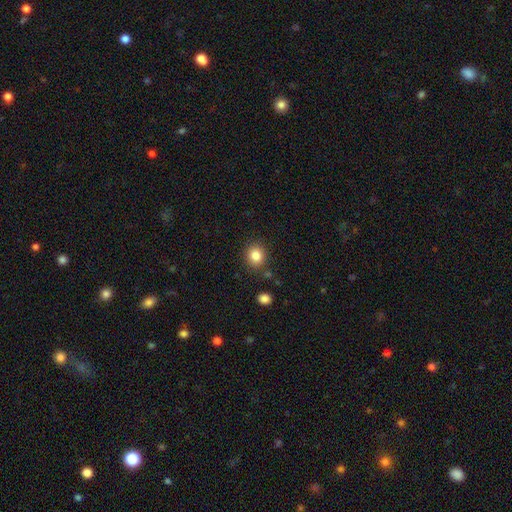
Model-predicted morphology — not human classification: Smooth or featured? smooth (84%)
How rounded? round (80%)
Merging? none (86%)